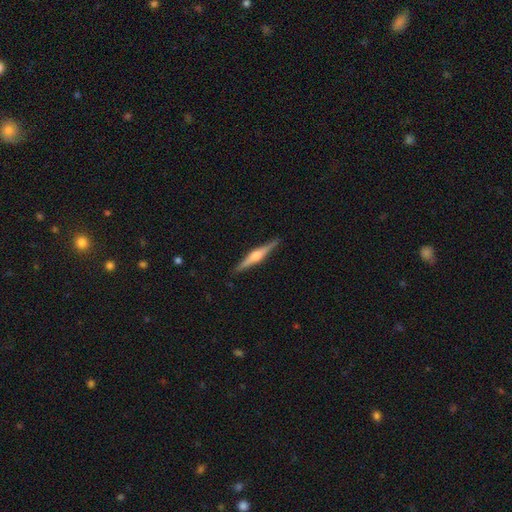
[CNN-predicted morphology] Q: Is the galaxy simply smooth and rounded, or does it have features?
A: featured or disk — 77%.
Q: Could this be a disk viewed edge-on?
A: yes — 98%.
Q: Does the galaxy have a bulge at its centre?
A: rounded — 85%.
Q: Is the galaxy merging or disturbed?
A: none — 91%.